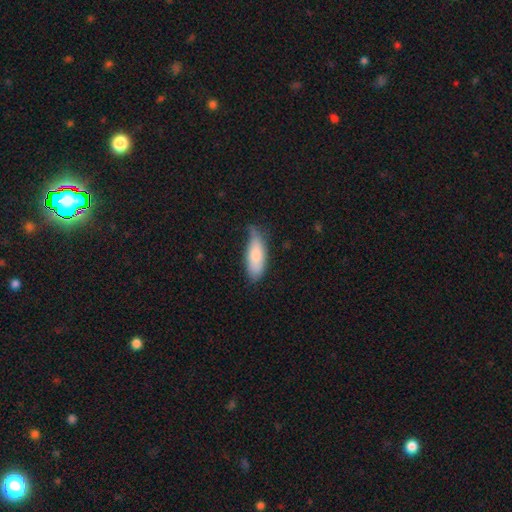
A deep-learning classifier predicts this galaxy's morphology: smooth_or_featured: smooth (p=0.80) [alt: featured or disk p=0.15]
how_rounded: in between (p=0.72) [alt: cigar-shaped p=0.26]
merging: none (p=0.50) [alt: minor disturbance p=0.40]